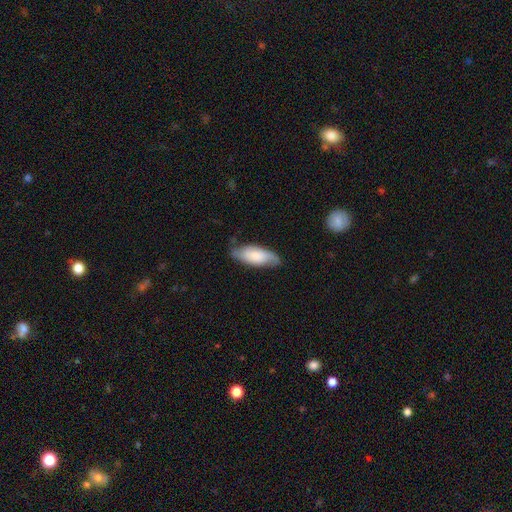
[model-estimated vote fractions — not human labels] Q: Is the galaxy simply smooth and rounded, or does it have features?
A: smooth — 59%.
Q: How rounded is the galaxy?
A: in between — 75%.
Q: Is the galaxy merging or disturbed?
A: none — 71%.